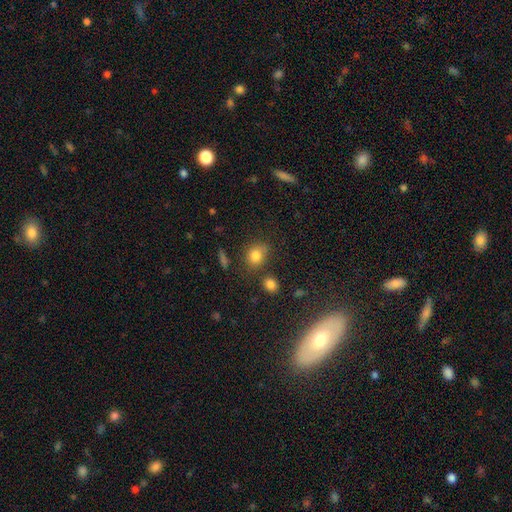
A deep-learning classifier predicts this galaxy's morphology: This is clearly a smooth galaxy (80%). How rounded: likely round (61%). Merging: likely none (68%).